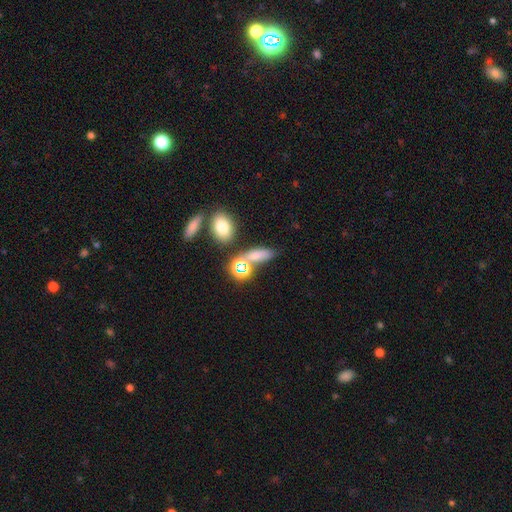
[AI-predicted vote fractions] Morphology: type=smooth (66%); roundness=in between (56%); merging=none (56%).